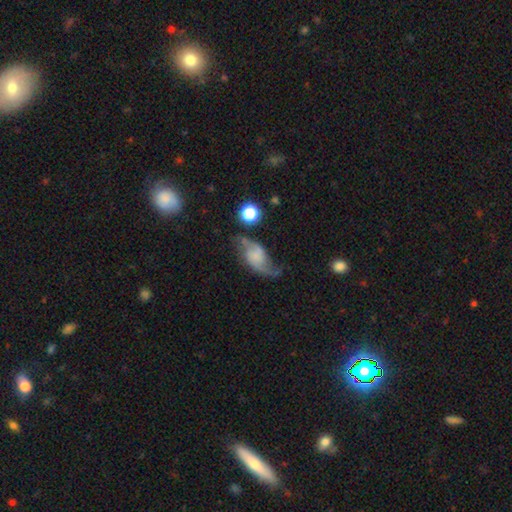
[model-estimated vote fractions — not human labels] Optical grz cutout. It shows a featured or disk galaxy (75%) with no bar (62%), 2 (90%) loose (72%) spiral arms (94%) and no central bulge (49%). Merging: none (58%).